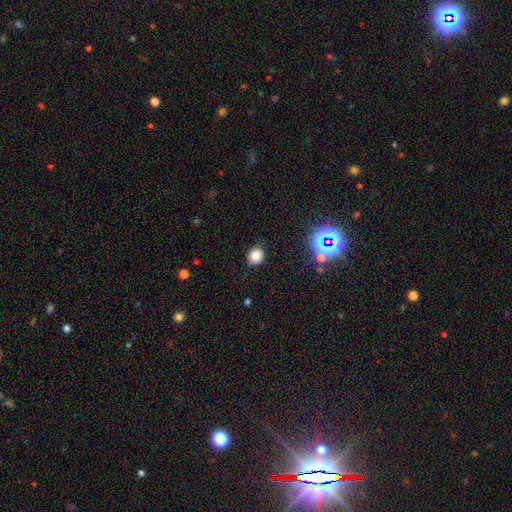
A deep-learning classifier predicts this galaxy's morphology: Overall: smooth (80%). How rounded: round (67%; in between 32%). Merging: none (86%).